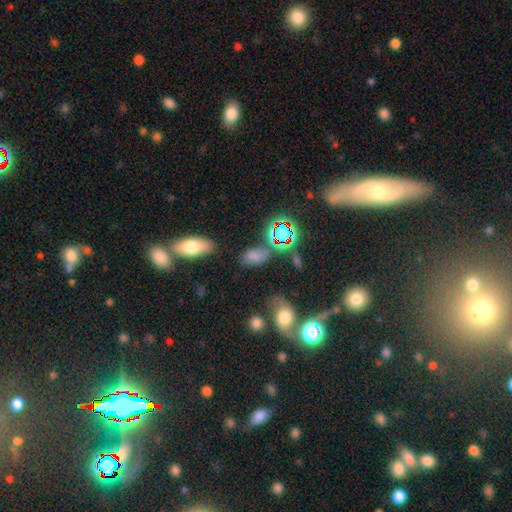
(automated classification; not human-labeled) smooth 65%, star or artifact 25%, featured or disk 11%. Down the decision tree: how rounded — in between (89%); merging — none (60%).